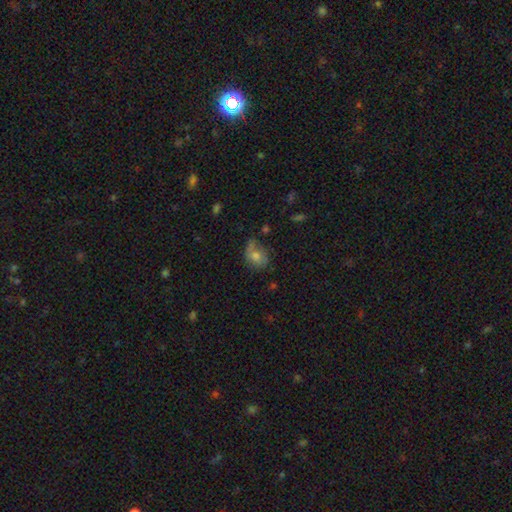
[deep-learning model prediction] smooth-or-featured: smooth: 65% | featured or disk: 23% | star or artifact: 12%
  how-rounded: in between: 53% | round: 46% | cigar-shaped: 1%
  merging: none: 47% | minor disturbance: 31% | major disturbance: 16% | merger: 5%